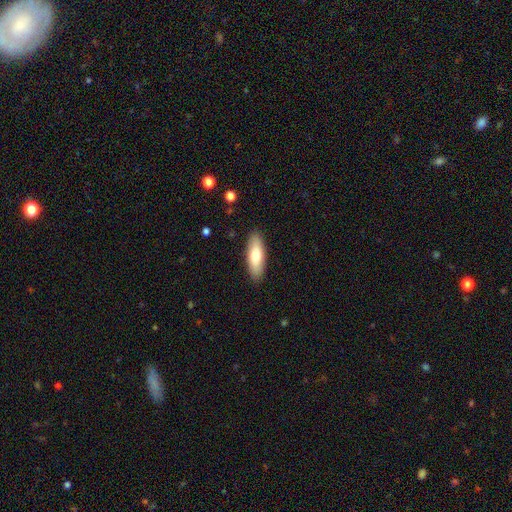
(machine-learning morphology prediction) This appears to be a smooth galaxy with no disk features (72%) that is in between round and cigar-shaped (62%). Merging: none (89%).